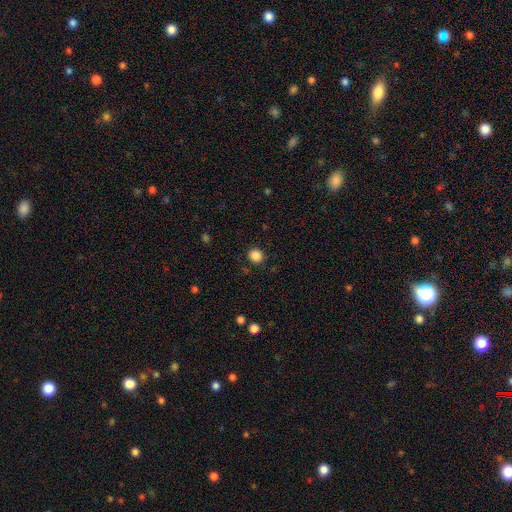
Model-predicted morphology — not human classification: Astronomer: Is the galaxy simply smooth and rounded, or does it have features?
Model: smooth — 86%.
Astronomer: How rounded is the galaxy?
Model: round — 87%.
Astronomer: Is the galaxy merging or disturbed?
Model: none — 89%.